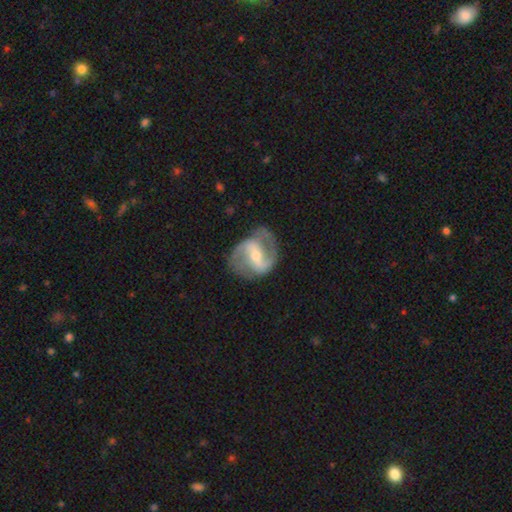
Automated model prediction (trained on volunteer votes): Overall: featured or disk (87%). Edge-on disk: no (97%). Bar: strong (48%; weak 36%). Spiral arms: yes (94%). Spiral arm count: 2 (90%). Spiral winding: medium (50%; loose 33%). Bulge size: small (52%; moderate 44%). Merging: none (76%).